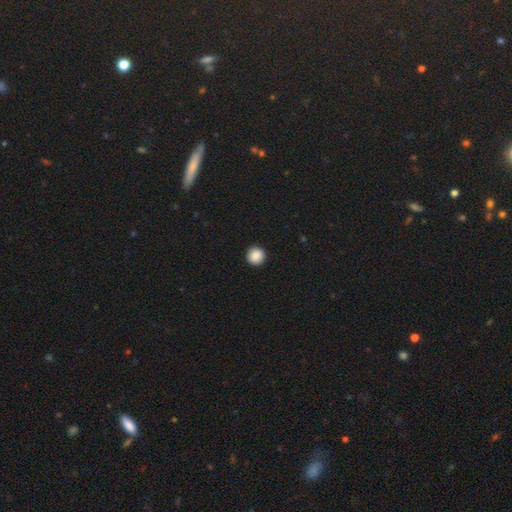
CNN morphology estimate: Smooth or featured? Predicted: smooth (p=0.88). How rounded? Predicted: round (p=0.95). Merging? Predicted: none (p=0.94).